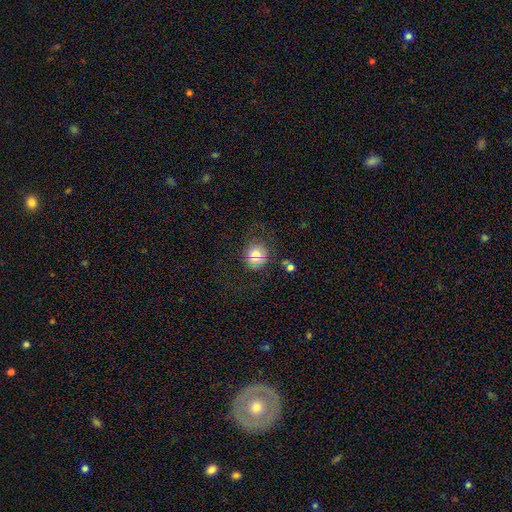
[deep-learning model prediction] A smooth galaxy with no disk features (72%) that is round (85%). Merging: none (72%).